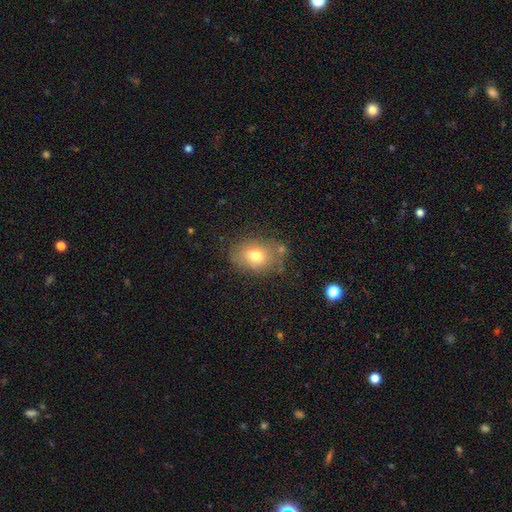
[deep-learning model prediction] smooth-or-featured: smooth: 73% | featured or disk: 16% | star or artifact: 11%
  how-rounded: in between: 65% | round: 33% | cigar-shaped: 1%
  merging: none: 68% | minor disturbance: 20% | major disturbance: 6% | merger: 6%